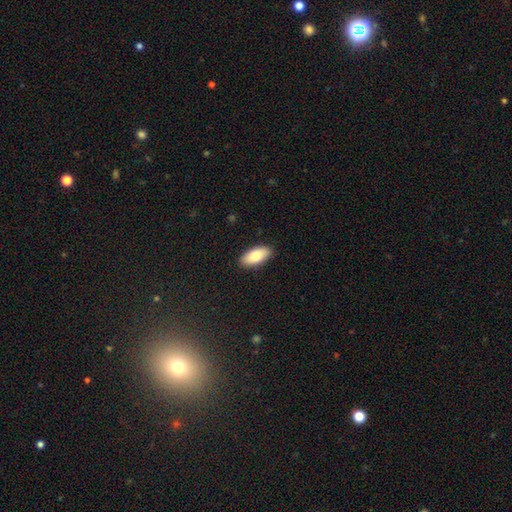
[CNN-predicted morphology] The model was most divided on "smooth or featured": smooth: 80%, featured or disk: 14%, star or artifact: 6%. More confident: how rounded — in between (90%); merging — none (90%).